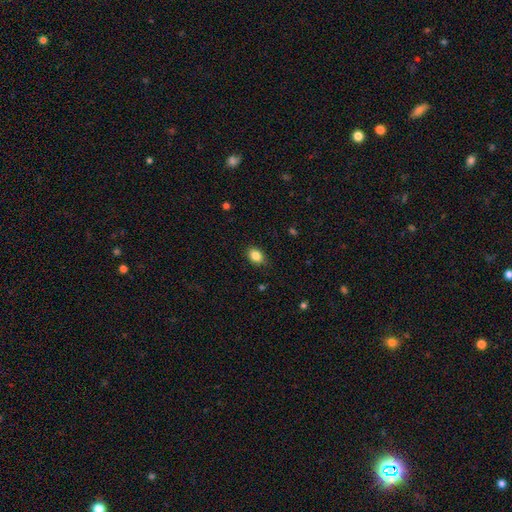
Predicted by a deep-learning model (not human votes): This is clearly a smooth galaxy (85%). How rounded: likely in between (70%). Merging: clearly none (85%).